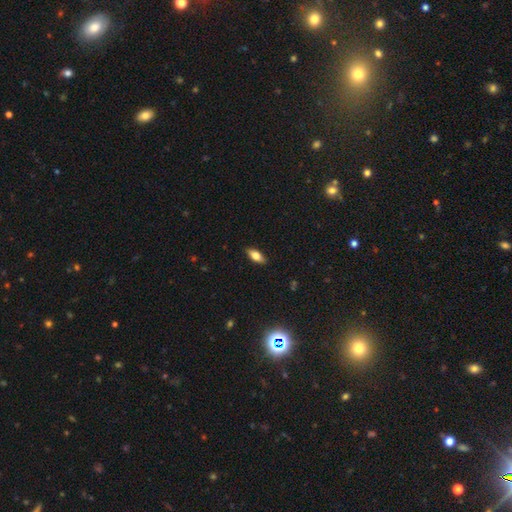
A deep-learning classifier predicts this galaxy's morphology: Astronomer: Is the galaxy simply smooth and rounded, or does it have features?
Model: smooth — 67%.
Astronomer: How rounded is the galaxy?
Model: in between — 76%.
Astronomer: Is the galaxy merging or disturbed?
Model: none — 88%.